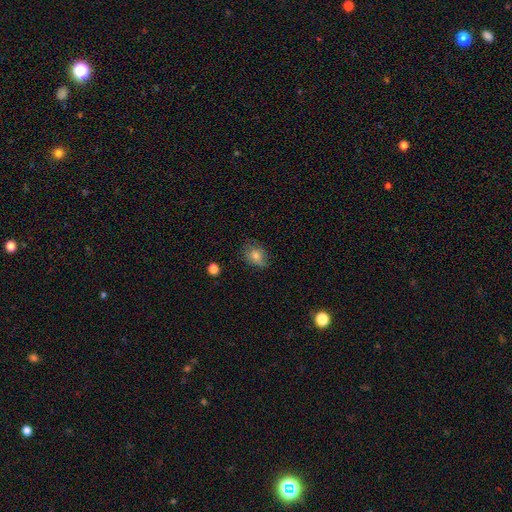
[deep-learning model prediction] A smooth galaxy with no disk features (75%) that is in between round and cigar-shaped (50%). Merging: none (64%).